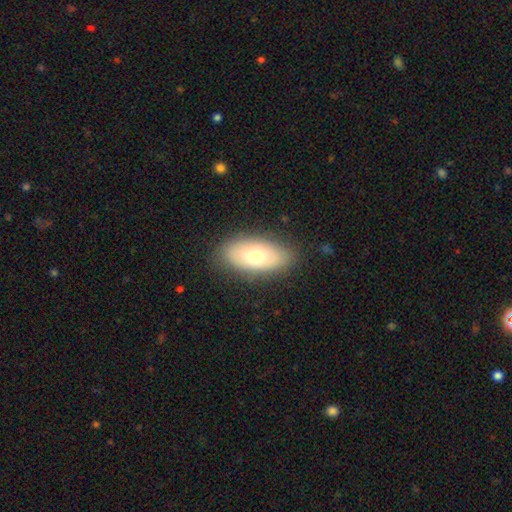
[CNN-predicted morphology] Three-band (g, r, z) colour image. It shows a smooth galaxy with no disk features (70%) that is in between round and cigar-shaped (90%). Merging: none (84%).